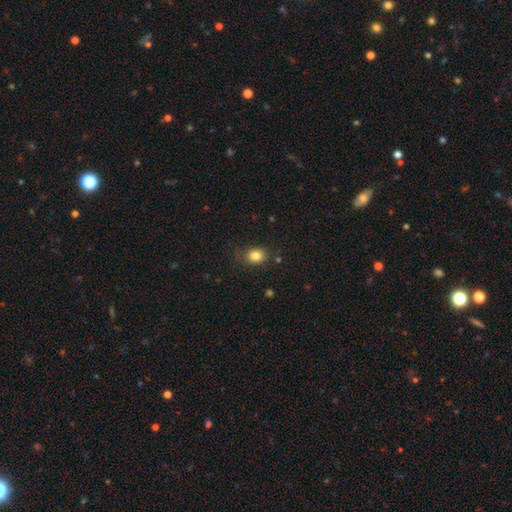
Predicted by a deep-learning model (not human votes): A smooth galaxy with no disk features (83%) that is round (52%). Merging: none (80%).